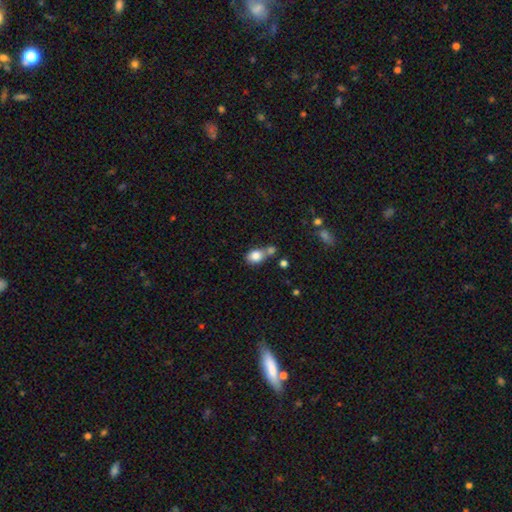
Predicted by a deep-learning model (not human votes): The model was most divided on "merging": none: 42%, merger: 39%, minor disturbance: 14%, major disturbance: 5%. More confident: smooth or featured — smooth (83%); how rounded — in between (54%).